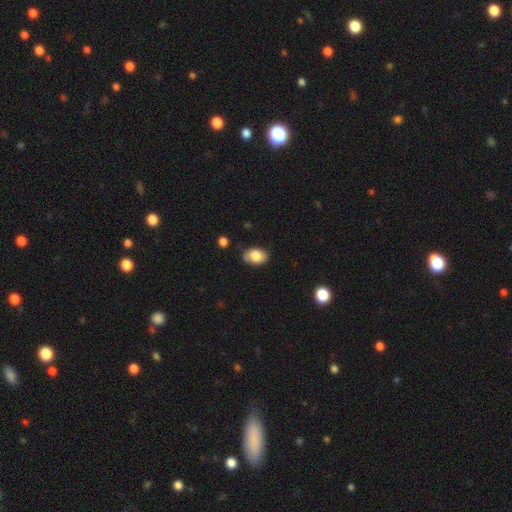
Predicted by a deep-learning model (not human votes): Q: Smooth or featured?
A: smooth (80%); runner-up: featured or disk (12%)
Q: How rounded?
A: in between (83%); runner-up: round (16%)
Q: Merging?
A: none (70%); runner-up: minor disturbance (23%)